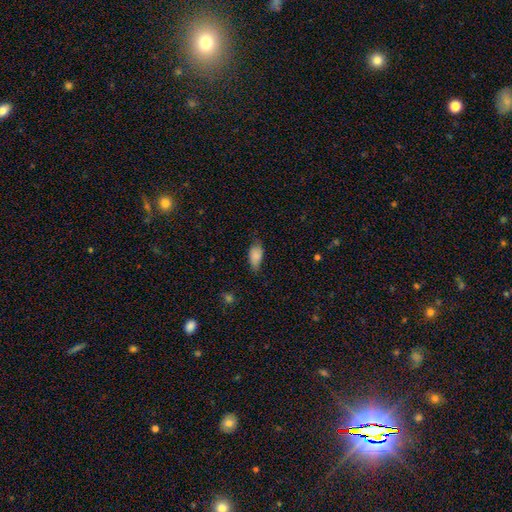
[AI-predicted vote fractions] smooth 84%, featured or disk 9%, star or artifact 8%. Down the decision tree: how rounded — in between (90%); merging — none (59%).